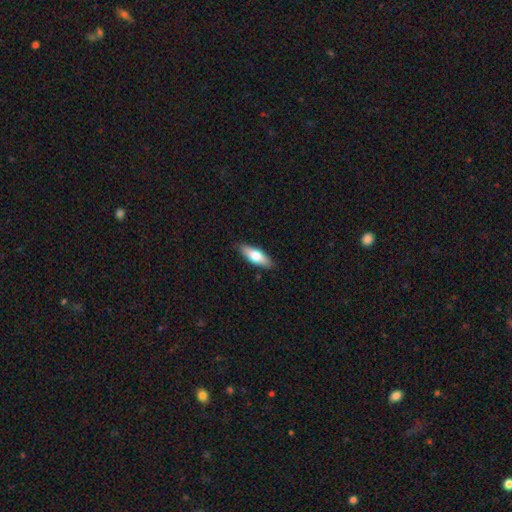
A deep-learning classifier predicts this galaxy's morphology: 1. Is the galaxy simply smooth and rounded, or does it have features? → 68% smooth, 26% featured or disk, 6% star or artifact.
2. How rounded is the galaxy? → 63% in between, 35% cigar-shaped, 2% round.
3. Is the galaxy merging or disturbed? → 88% none, 10% minor disturbance, 2% major disturbance, 1% merger.